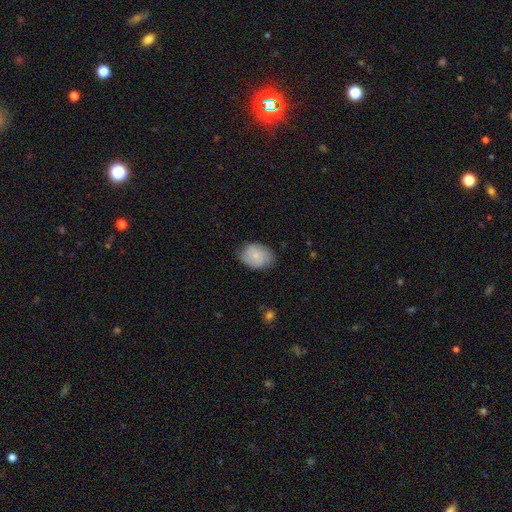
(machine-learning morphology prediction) Smooth or featured? Predicted: smooth (p=0.66). How rounded? Predicted: in between (p=0.71). Merging? Predicted: none (p=0.73).